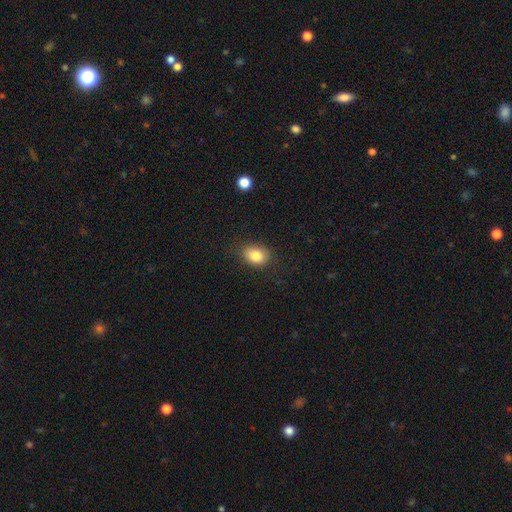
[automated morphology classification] This appears to be a smooth galaxy with no disk features (83%) that is in between round and cigar-shaped (62%). Merging: none (82%).